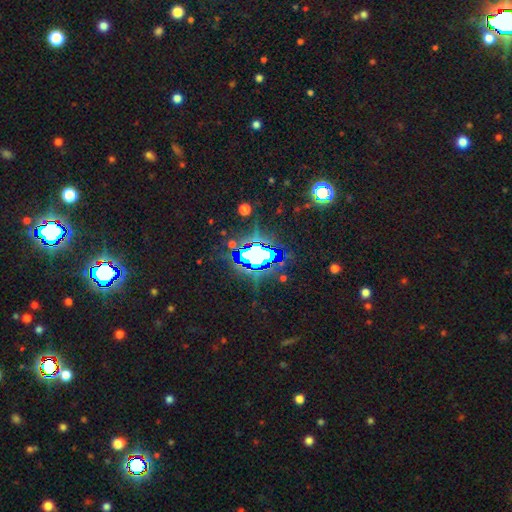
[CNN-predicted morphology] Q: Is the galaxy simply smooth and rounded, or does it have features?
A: star or artifact — 73%.